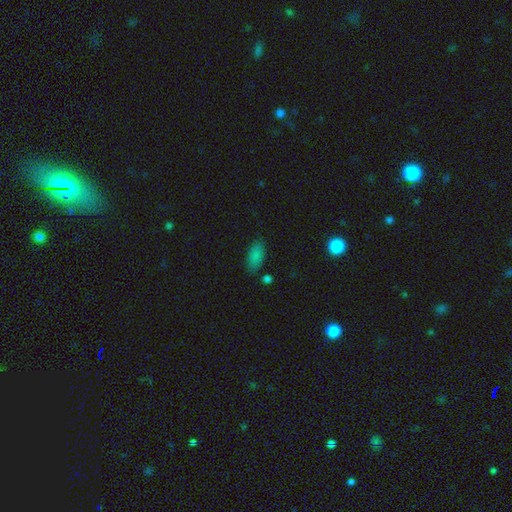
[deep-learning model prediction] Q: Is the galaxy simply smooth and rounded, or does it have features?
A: smooth — 83%.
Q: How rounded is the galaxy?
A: in between — 89%.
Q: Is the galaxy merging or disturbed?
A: none — 79%.